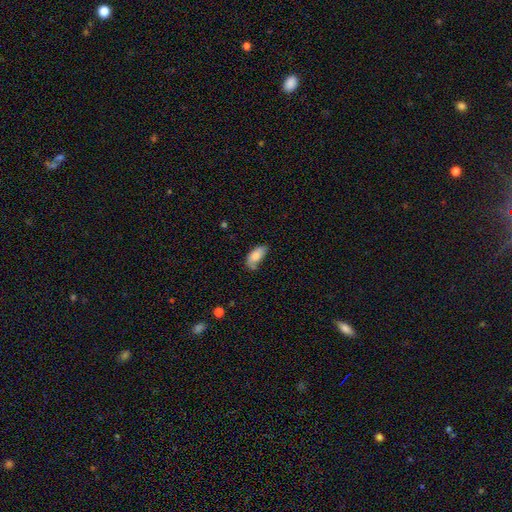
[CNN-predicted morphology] smooth 79%, featured or disk 14%, star or artifact 7%. Down the decision tree: how rounded — in between (90%); merging — none (48%).